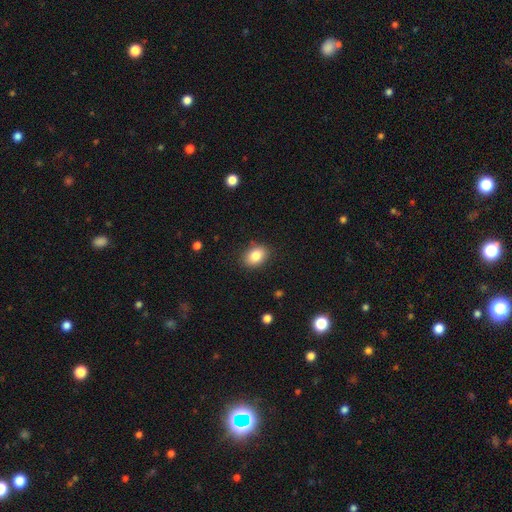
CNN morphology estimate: smooth 84%, star or artifact 8%, featured or disk 7%. Down the decision tree: how rounded — in between (74%); merging — none (87%).